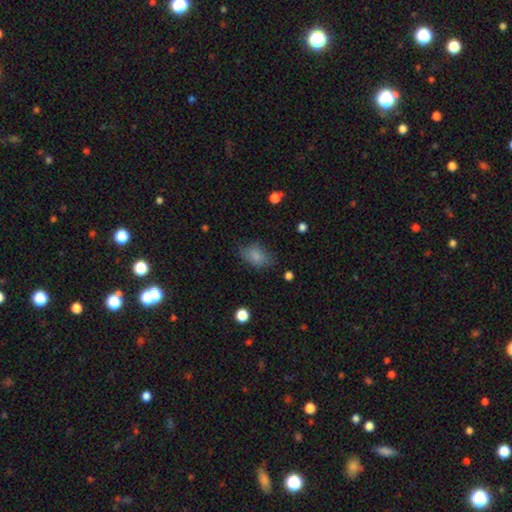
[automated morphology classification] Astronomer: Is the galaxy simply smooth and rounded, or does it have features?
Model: smooth — 83%.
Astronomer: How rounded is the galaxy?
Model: in between — 87%.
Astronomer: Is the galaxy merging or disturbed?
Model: none — 70%.